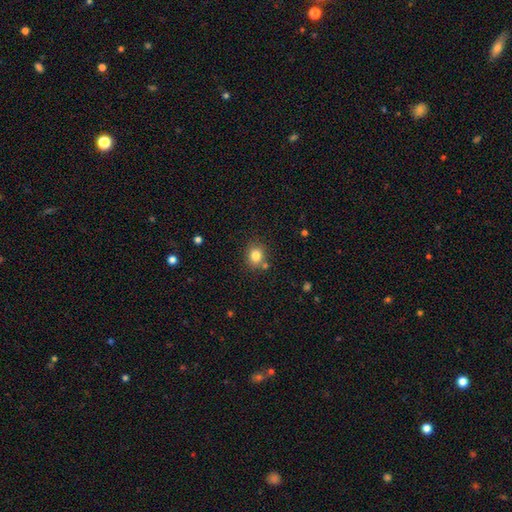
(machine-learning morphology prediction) This is clearly a smooth galaxy (82%). How rounded: likely round (74%). Merging: likely none (77%).